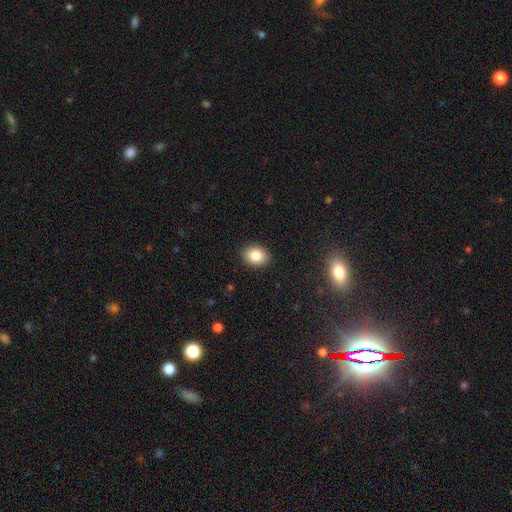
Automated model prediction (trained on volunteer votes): smooth-or-featured: smooth: 85% | star or artifact: 9% | featured or disk: 6%
  how-rounded: in between: 62% | round: 37% | cigar-shaped: 1%
  merging: none: 90% | minor disturbance: 7% | major disturbance: 2% | merger: 1%